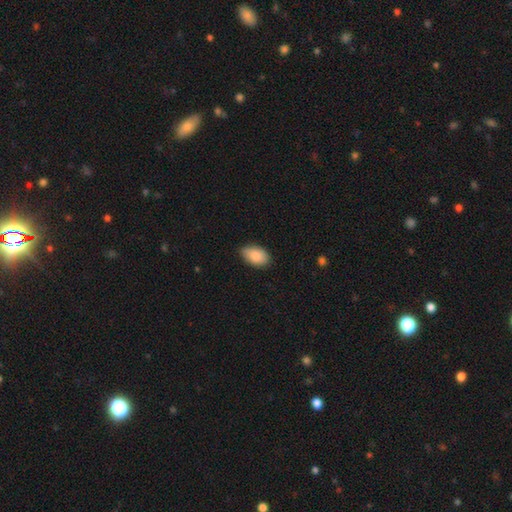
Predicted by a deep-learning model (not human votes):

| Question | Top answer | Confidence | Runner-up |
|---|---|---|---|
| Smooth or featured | smooth | 86% | featured or disk (7%) |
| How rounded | in between | 93% | round (6%) |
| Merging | none | 82% | minor disturbance (14%) |